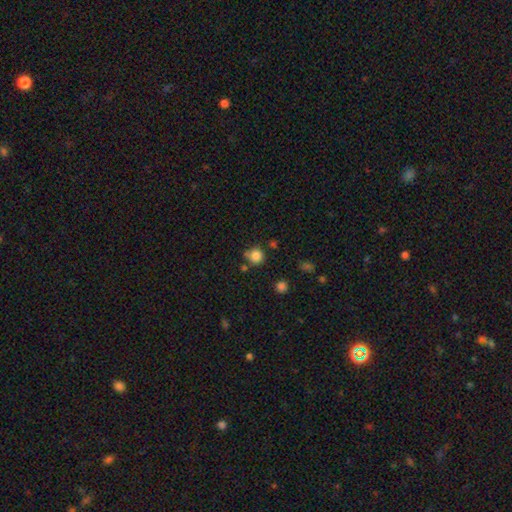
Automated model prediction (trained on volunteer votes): smooth_or_featured: smooth (p=0.83) [alt: star or artifact p=0.12]
how_rounded: round (p=0.90) [alt: in between p=0.09]
merging: none (p=0.72) [alt: minor disturbance p=0.14]